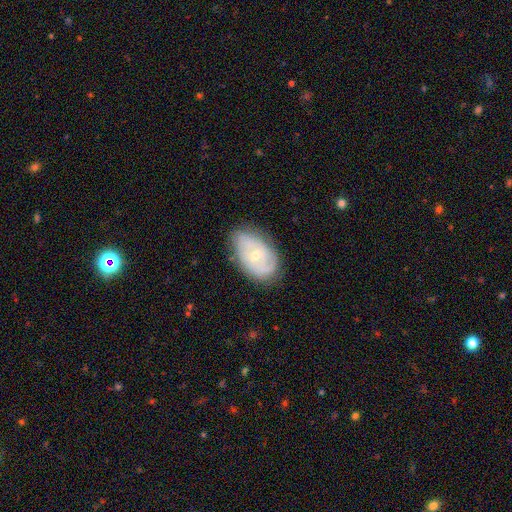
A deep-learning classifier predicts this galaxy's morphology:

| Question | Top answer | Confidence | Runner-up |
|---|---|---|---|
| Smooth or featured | featured or disk | 64% | smooth (30%) |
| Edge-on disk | no | 95% | yes (5%) |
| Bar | no | 67% | weak (28%) |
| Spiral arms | yes | 76% | no (24%) |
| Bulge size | small | 55% | moderate (42%) |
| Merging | none | 69% | minor disturbance (23%) |